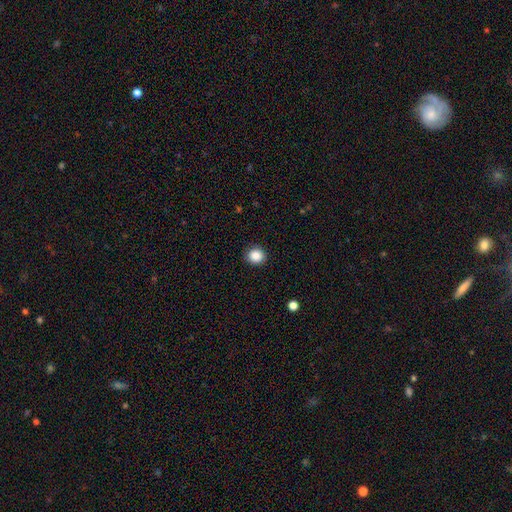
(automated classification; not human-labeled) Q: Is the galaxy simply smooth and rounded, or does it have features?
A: smooth — 87%.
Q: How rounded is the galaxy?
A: round — 86%.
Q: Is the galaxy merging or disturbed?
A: none — 90%.